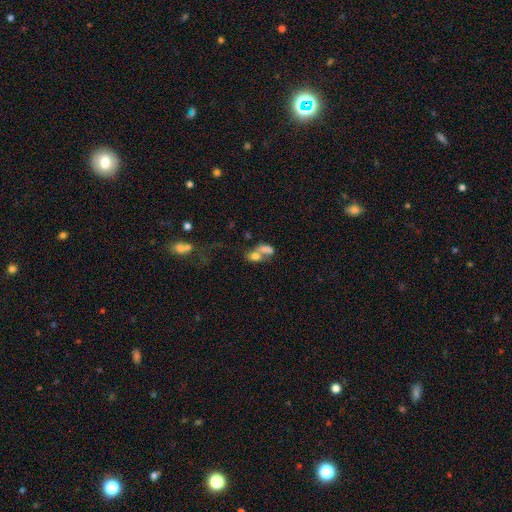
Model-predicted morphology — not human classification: This is likely a smooth galaxy (66%). How rounded: likely in between (78%). Merging: likely merger (67%).